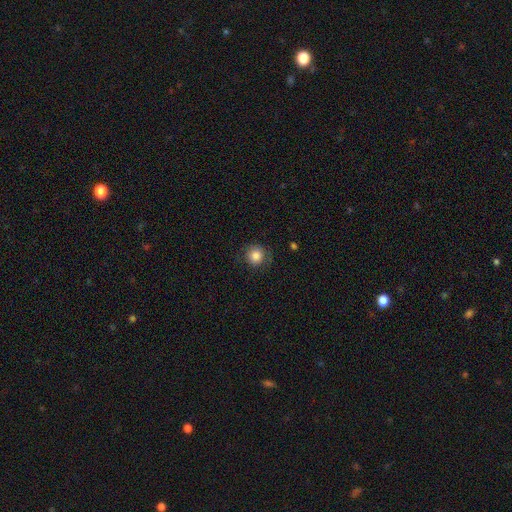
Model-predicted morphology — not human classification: A smooth galaxy with no disk features (85%) that is round (92%). Merging: none (82%).